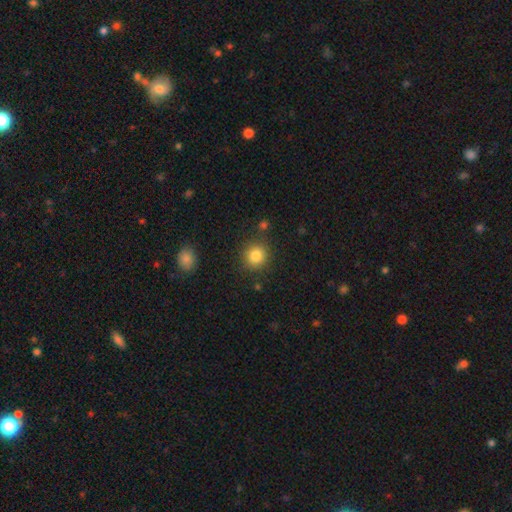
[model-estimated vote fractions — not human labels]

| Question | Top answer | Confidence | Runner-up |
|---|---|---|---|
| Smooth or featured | smooth | 84% | star or artifact (10%) |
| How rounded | round | 89% | in between (10%) |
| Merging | none | 85% | minor disturbance (8%) |